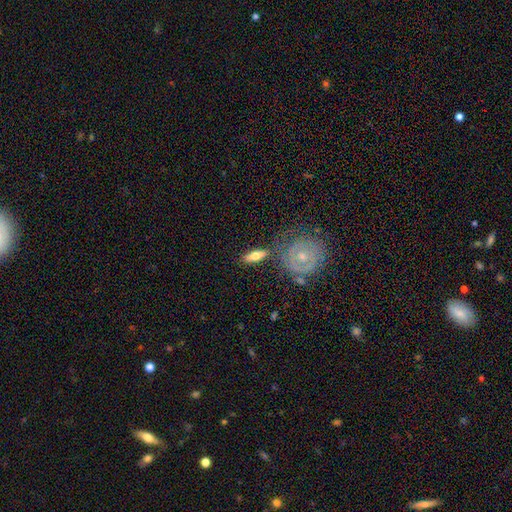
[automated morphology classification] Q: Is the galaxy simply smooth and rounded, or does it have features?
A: smooth — 56%.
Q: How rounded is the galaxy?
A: in between — 56%.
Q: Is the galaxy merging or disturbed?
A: none — 73%.